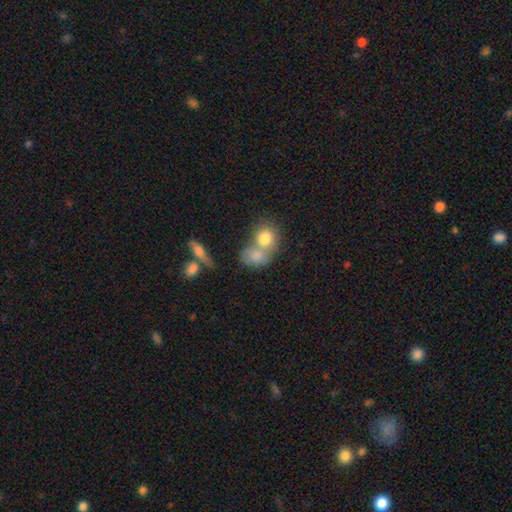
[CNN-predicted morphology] Overall: smooth (76%). How rounded: round (52%; in between 45%). Merging: merger (60%; none 27%).